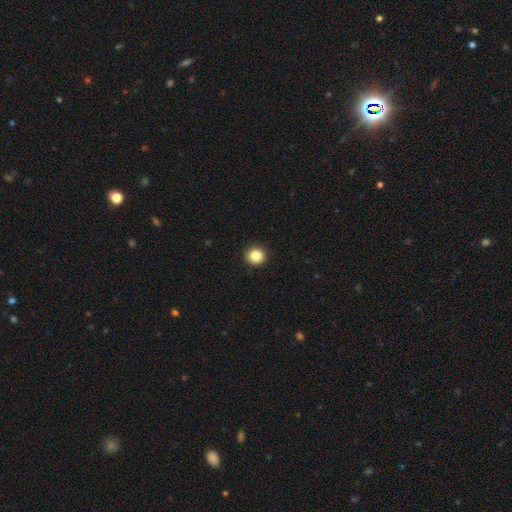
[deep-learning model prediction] Q: Smooth or featured?
A: smooth (85%); runner-up: star or artifact (10%)
Q: How rounded?
A: round (94%); runner-up: in between (5%)
Q: Merging?
A: none (93%); runner-up: minor disturbance (4%)